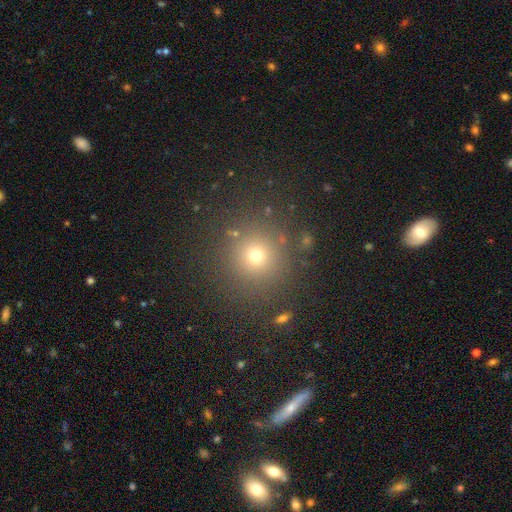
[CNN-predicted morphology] Smooth or featured? smooth (69%)
How rounded? round (94%)
Merging? none (87%)